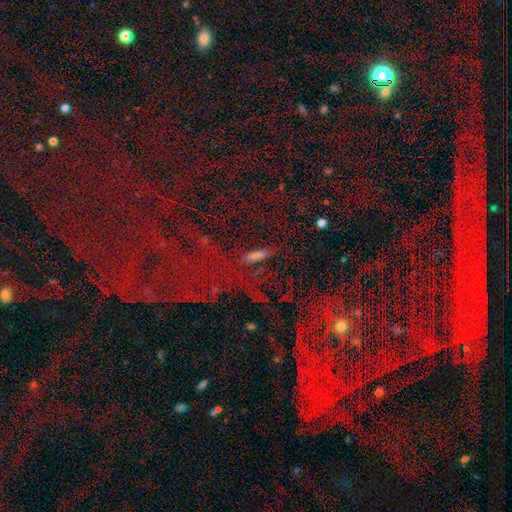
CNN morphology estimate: smooth-or-featured: smooth: 43% | star or artifact: 35% | featured or disk: 22%
  merging: none: 74% | minor disturbance: 14% | major disturbance: 7% | merger: 5%